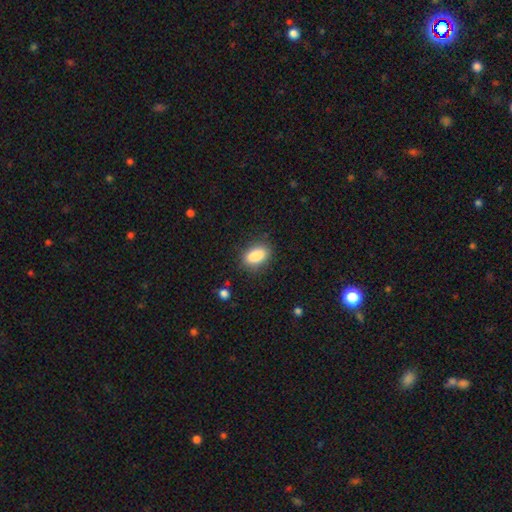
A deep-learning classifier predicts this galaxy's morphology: smooth-or-featured: smooth: 88% | star or artifact: 8% | featured or disk: 4%
  how-rounded: in between: 89% | round: 8% | cigar-shaped: 2%
  merging: none: 84% | minor disturbance: 11% | major disturbance: 3% | merger: 1%